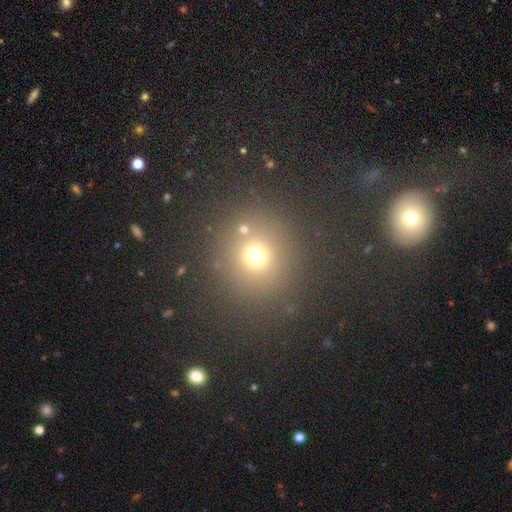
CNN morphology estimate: Overall: smooth (68%). How rounded: round (90%). Merging: none (83%).